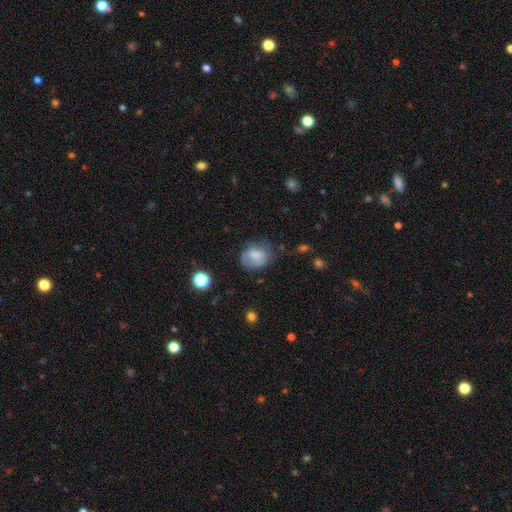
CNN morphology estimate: smooth 70%, featured or disk 21%, star or artifact 10%. Down the decision tree: how rounded — round (53%); merging — none (48%).